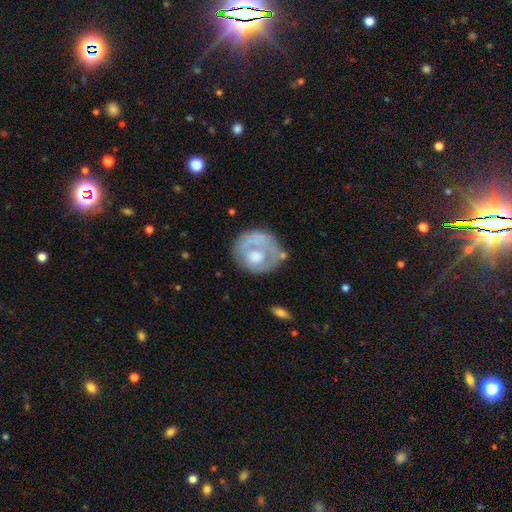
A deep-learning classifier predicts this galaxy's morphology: smooth_or_featured: featured or disk (p=0.56) [alt: smooth p=0.38]
disk_edge_on: no (p=0.96) [alt: yes p=0.04]
bar: no (p=0.86) [alt: weak p=0.12]
has_spiral_arms: no (p=0.69) [alt: yes p=0.31]
bulge_size: moderate (p=0.47) [alt: large p=0.28]
merging: none (p=0.59) [alt: minor disturbance p=0.21]